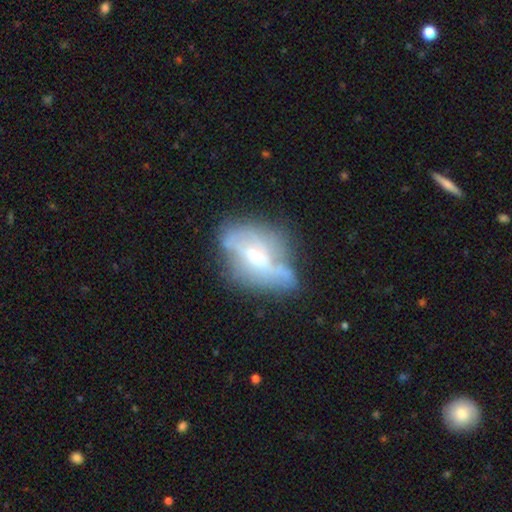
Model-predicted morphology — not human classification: A featured or disk galaxy (64%). Merging: none (44%).